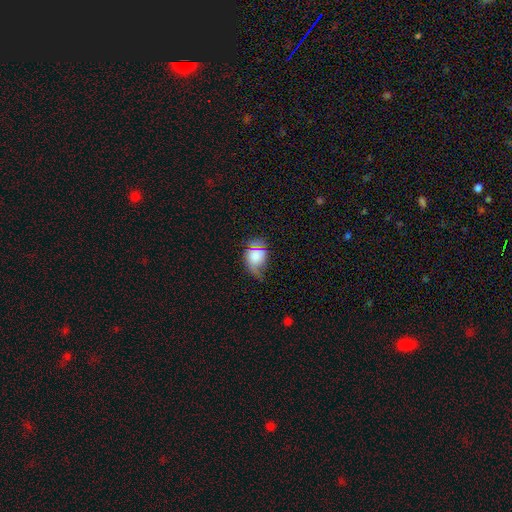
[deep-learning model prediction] A smooth galaxy with no disk features (68%) that is in between round and cigar-shaped (56%).

Vote fractions:
- Smooth or featured? smooth: 68% / featured or disk: 17% / star or artifact: 14%
- How rounded? in between: 56% / round: 41% / cigar-shaped: 3%
- Merging? none: 39% / minor disturbance: 34% / major disturbance: 20% / merger: 7%